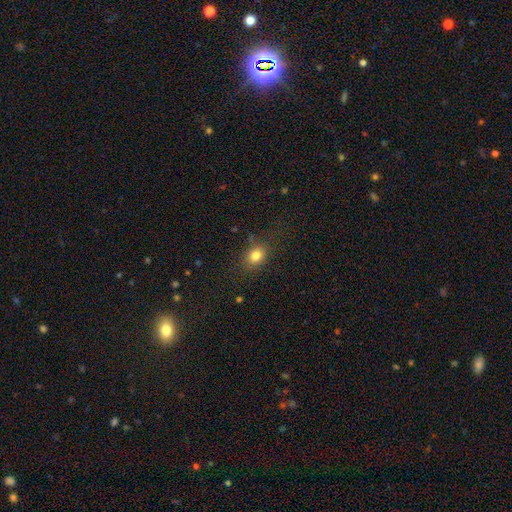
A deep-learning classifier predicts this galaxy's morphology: Overall: smooth (81%). How rounded: in between (57%; round 42%). Merging: none (79%).